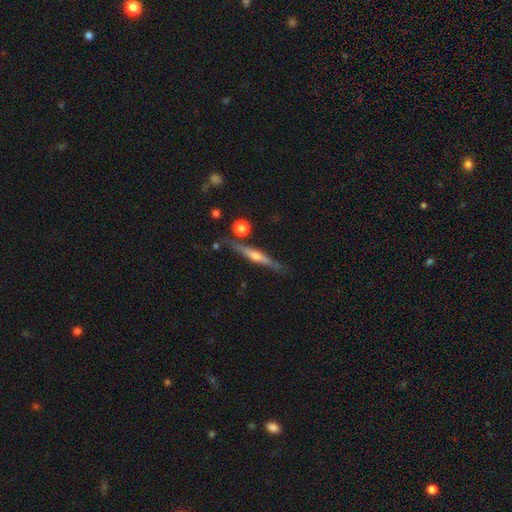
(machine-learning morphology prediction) type=featured or disk (71%); edge-on=yes (97%); edge-on bulge=rounded (84%); merging=none (82%).